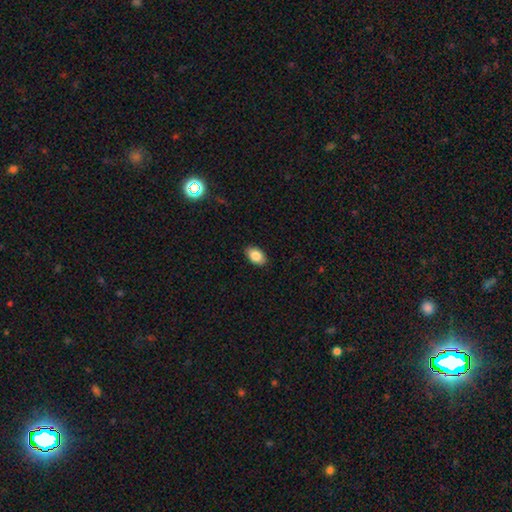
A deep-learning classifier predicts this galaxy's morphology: Smooth or featured: smooth — 86% (star or artifact — 7%)
How rounded: in between — 90% (round — 8%)
Merging: none — 89% (minor disturbance — 9%)